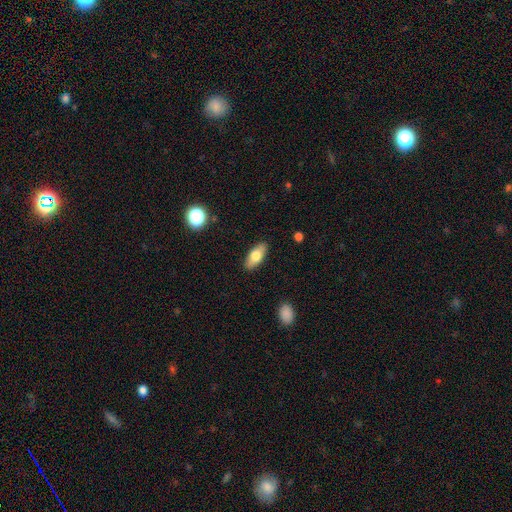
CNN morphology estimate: The model was most divided on "smooth or featured": smooth: 73%, featured or disk: 20%, star or artifact: 7%. More confident: merging — none (88%); how rounded — in between (84%).